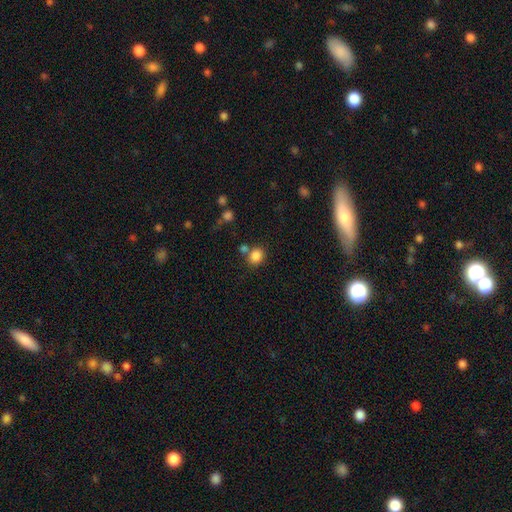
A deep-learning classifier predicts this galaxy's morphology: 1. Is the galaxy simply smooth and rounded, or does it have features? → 84% smooth, 11% star or artifact, 5% featured or disk.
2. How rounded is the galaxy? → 73% round, 26% in between, 1% cigar-shaped.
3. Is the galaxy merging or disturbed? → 66% none, 20% merger, 10% minor disturbance, 4% major disturbance.